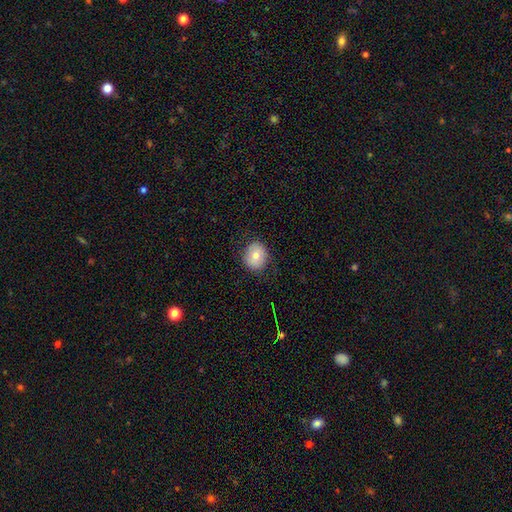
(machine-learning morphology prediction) Smooth or featured? smooth (74%)
How rounded? round (75%)
Merging? none (81%)